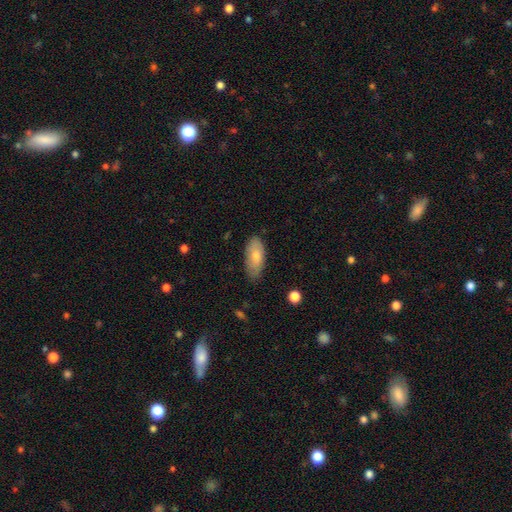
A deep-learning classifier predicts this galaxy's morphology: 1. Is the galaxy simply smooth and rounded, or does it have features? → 76% smooth, 18% featured or disk, 6% star or artifact.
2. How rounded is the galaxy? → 89% in between, 8% cigar-shaped, 2% round.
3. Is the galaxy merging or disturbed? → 74% none, 21% minor disturbance, 4% major disturbance, 1% merger.